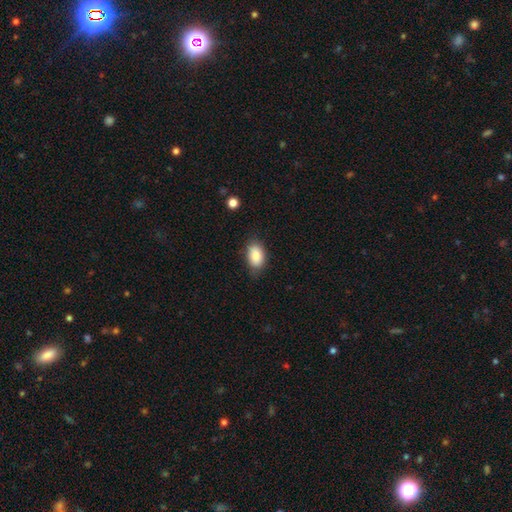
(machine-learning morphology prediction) smooth_or_featured: smooth (p=0.87) [alt: star or artifact p=0.07]
how_rounded: in between (p=0.91) [alt: round p=0.07]
merging: none (p=0.76) [alt: minor disturbance p=0.19]